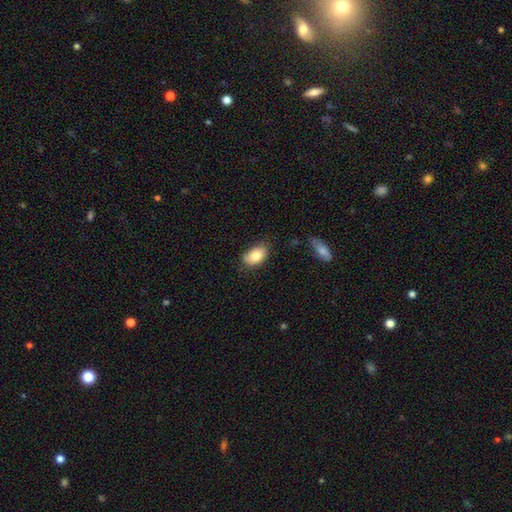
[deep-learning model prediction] Smooth or featured? Predicted: smooth (p=0.82). How rounded? Predicted: in between (p=0.91). Merging? Predicted: none (p=0.76).